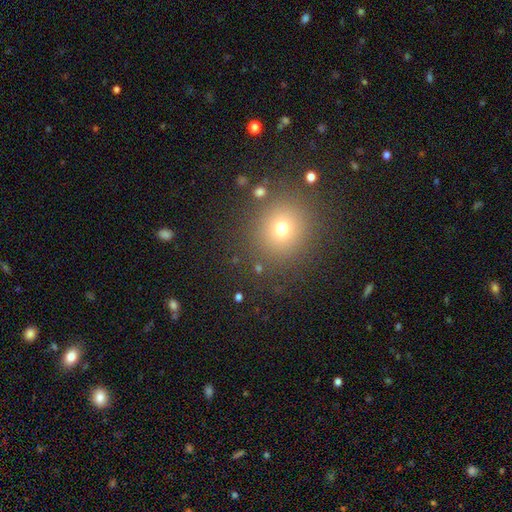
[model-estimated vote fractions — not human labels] Q: Smooth or featured?
A: smooth (59%); runner-up: star or artifact (33%)
Q: How rounded?
A: round (91%); runner-up: in between (8%)
Q: Merging?
A: none (89%); runner-up: minor disturbance (6%)